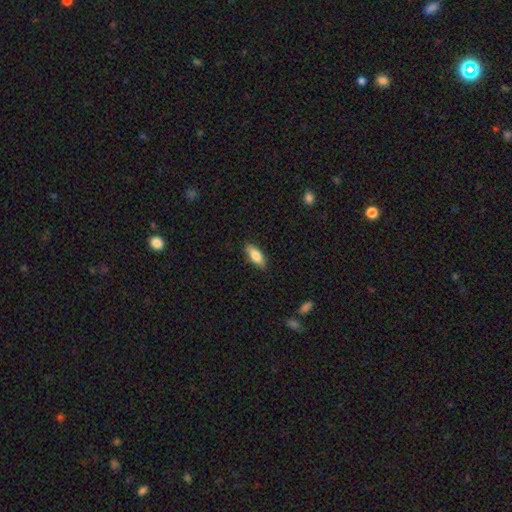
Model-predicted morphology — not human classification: Smooth or featured?
  - smooth: 79% *
  - featured or disk: 14%
  - star or artifact: 6%
How rounded?
  - in between: 69% *
  - cigar-shaped: 29%
  - round: 2%
Merging?
  - none: 84% *
  - minor disturbance: 12%
  - major disturbance: 2%
  - merger: 1%